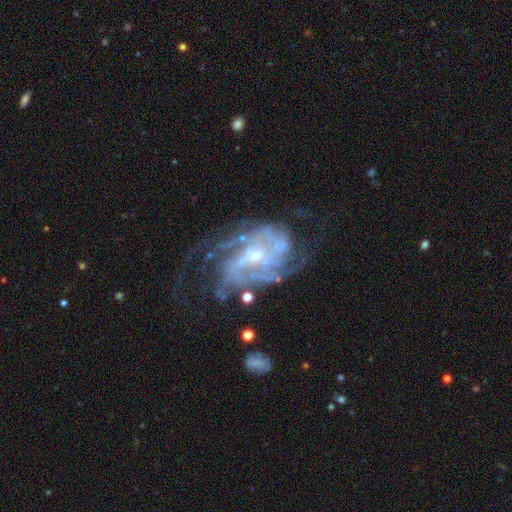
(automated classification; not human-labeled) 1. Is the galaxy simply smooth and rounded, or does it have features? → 89% featured or disk, 6% star or artifact, 5% smooth.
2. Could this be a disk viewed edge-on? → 97% no, 3% yes.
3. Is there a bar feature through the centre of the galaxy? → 50% no, 38% weak, 12% strong.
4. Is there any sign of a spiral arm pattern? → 94% yes, 6% no.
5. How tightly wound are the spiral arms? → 45% medium, 40% tight, 15% loose.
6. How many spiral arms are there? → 41% 2, 23% can't tell, 17% 3, 8% 4, 6% 1, 5% more than 4.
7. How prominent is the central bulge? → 53% small, 35% moderate, 8% none, 3% large, 1% dominant.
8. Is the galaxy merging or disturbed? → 54% none, 22% major disturbance, 19% minor disturbance, 4% merger.